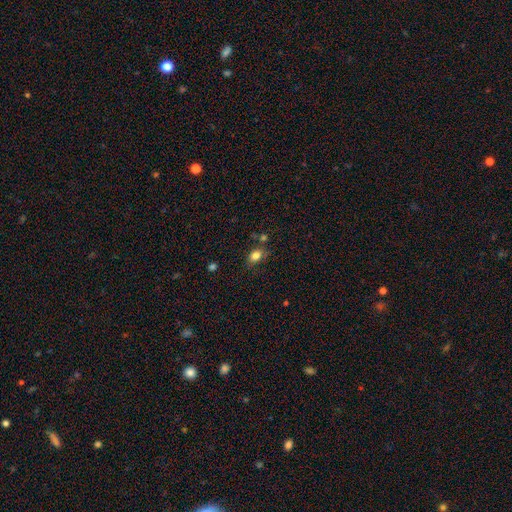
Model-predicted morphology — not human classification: A smooth galaxy with no disk features (82%) that is in between round and cigar-shaped (74%). Merging: none (69%).